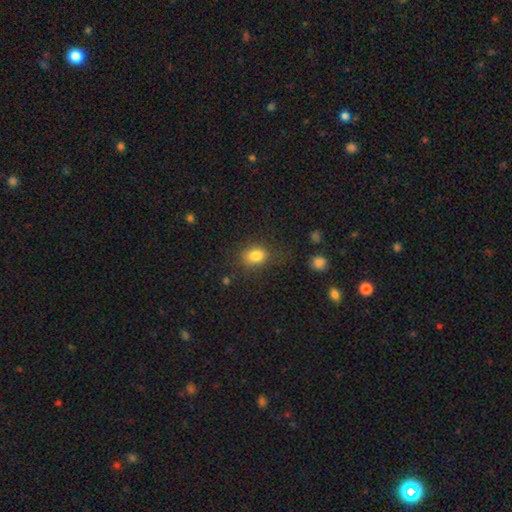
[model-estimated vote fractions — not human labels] smooth_or_featured: smooth (p=0.82) [alt: star or artifact p=0.11]
how_rounded: in between (p=0.54) [alt: round p=0.45]
merging: none (p=0.73) [alt: minor disturbance p=0.17]